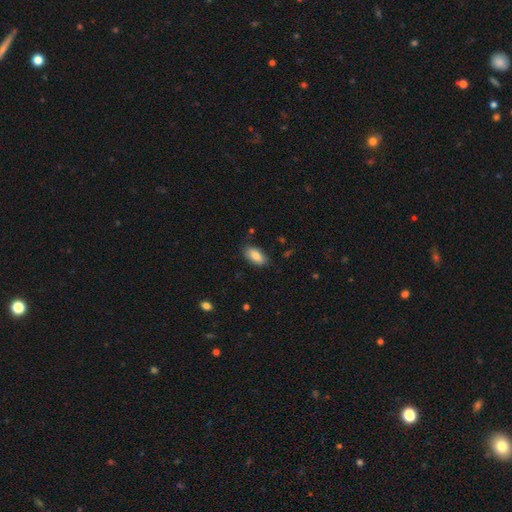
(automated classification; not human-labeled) The model was most divided on "merging": none: 81%, minor disturbance: 15%, major disturbance: 3%, merger: 2%. More confident: how rounded — in between (91%); smooth or featured — smooth (81%).